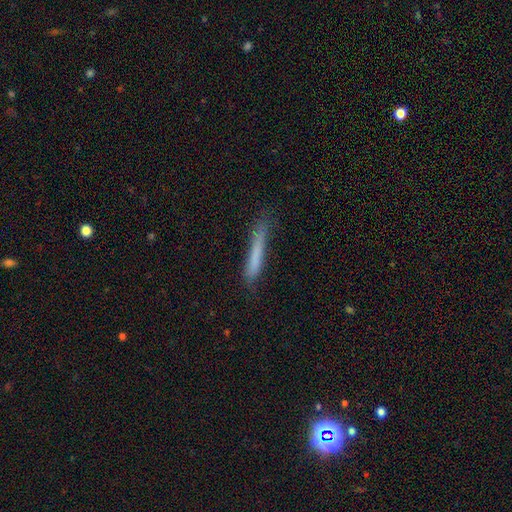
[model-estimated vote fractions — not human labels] Smooth or featured?
  - smooth: 73% *
  - featured or disk: 20%
  - star or artifact: 8%
How rounded?
  - cigar-shaped: 95% *
  - in between: 4%
  - round: 1%
Merging?
  - none: 69% *
  - minor disturbance: 22%
  - major disturbance: 7%
  - merger: 2%